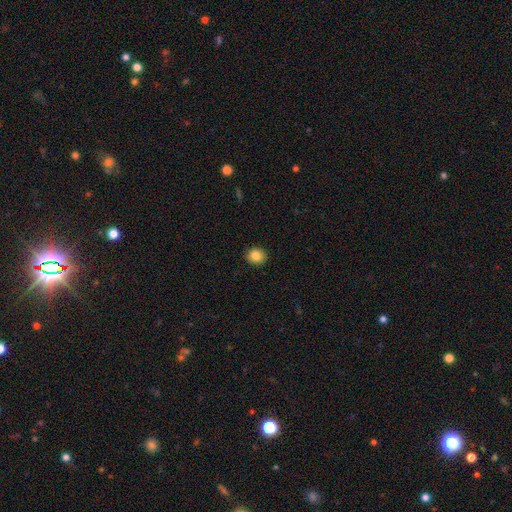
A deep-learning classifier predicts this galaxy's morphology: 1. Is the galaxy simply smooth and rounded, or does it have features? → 84% smooth, 10% star or artifact, 6% featured or disk.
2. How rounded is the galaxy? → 79% round, 21% in between, 1% cigar-shaped.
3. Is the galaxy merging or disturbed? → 91% none, 7% minor disturbance, 2% major disturbance, 1% merger.